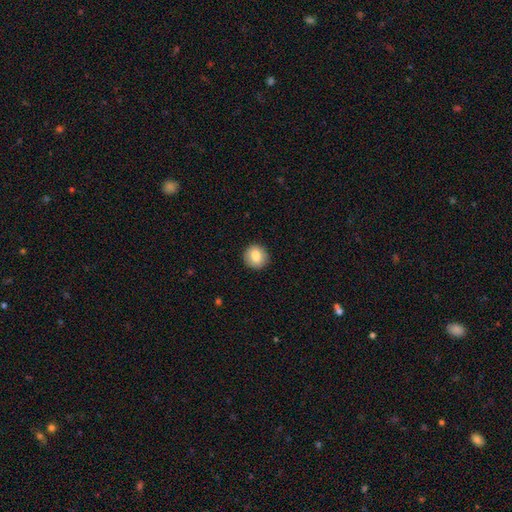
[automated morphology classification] smooth_or_featured: smooth (p=0.81) [alt: featured or disk p=0.10]
how_rounded: round (p=0.90) [alt: in between p=0.09]
merging: none (p=0.91) [alt: minor disturbance p=0.06]